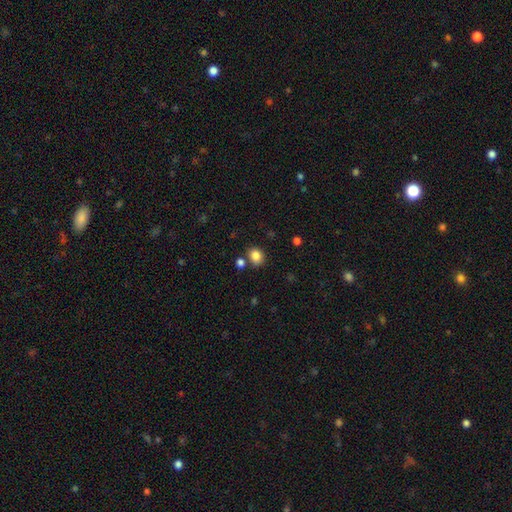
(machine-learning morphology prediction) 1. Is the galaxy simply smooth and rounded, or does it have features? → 84% smooth, 11% star or artifact, 5% featured or disk.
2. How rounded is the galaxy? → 62% round, 37% in between, 1% cigar-shaped.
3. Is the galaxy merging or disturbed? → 75% none, 11% minor disturbance, 11% merger, 3% major disturbance.